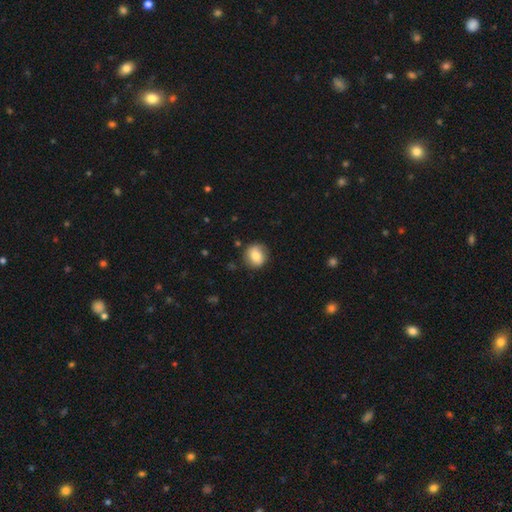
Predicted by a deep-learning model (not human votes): smooth_or_featured: smooth (p=0.76) [alt: featured or disk p=0.16]
how_rounded: round (p=0.85) [alt: in between p=0.14]
merging: none (p=0.84) [alt: minor disturbance p=0.11]